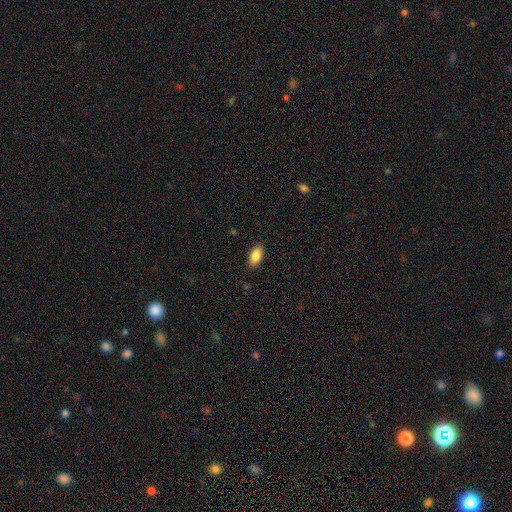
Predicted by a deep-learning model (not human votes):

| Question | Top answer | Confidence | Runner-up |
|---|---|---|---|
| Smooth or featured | smooth | 86% | star or artifact (7%) |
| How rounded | in between | 92% | cigar-shaped (5%) |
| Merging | none | 86% | minor disturbance (10%) |